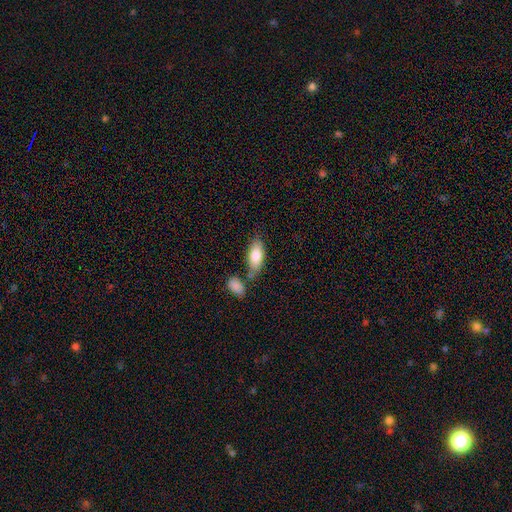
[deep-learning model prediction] Smooth or featured?
  - smooth: 80% *
  - featured or disk: 14%
  - star or artifact: 6%
How rounded?
  - in between: 81% *
  - cigar-shaped: 16%
  - round: 3%
Merging?
  - none: 68% *
  - minor disturbance: 15%
  - merger: 14%
  - major disturbance: 4%